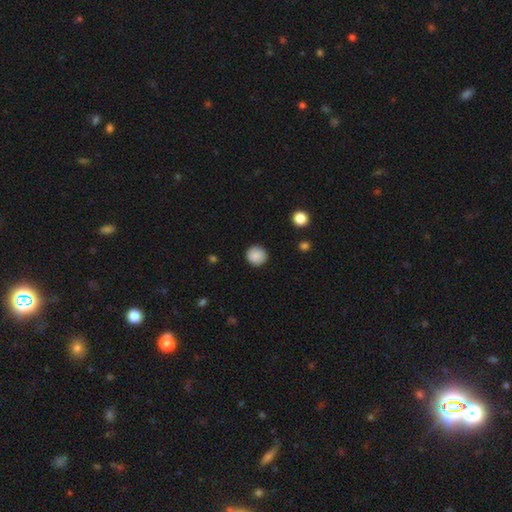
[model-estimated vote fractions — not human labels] smooth-or-featured: smooth: 88% | star or artifact: 8% | featured or disk: 3%
  how-rounded: round: 94% | in between: 5% | cigar-shaped: 1%
  merging: none: 91% | minor disturbance: 6% | major disturbance: 2% | merger: 1%